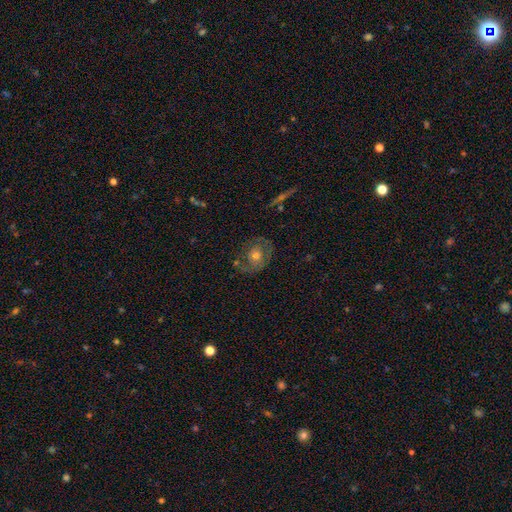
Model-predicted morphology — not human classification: A featured or disk galaxy (57%) with no bar (83%), spiral arms (56%) and a moderate central bulge (67%). Merging: none (66%).